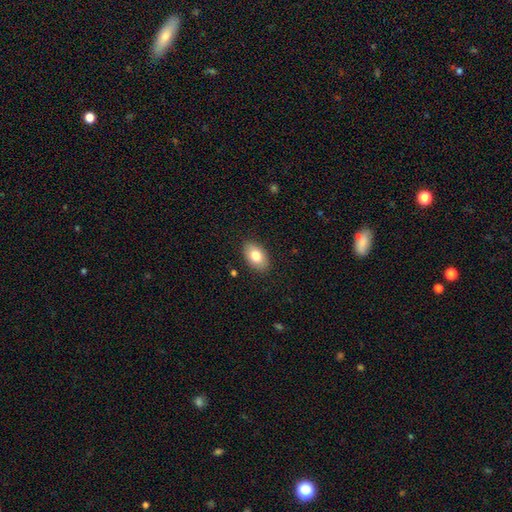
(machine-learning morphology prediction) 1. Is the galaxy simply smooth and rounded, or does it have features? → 80% smooth, 13% featured or disk, 7% star or artifact.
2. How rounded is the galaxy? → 91% in between, 8% round, 1% cigar-shaped.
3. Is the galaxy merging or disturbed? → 87% none, 10% minor disturbance, 2% major disturbance, 1% merger.